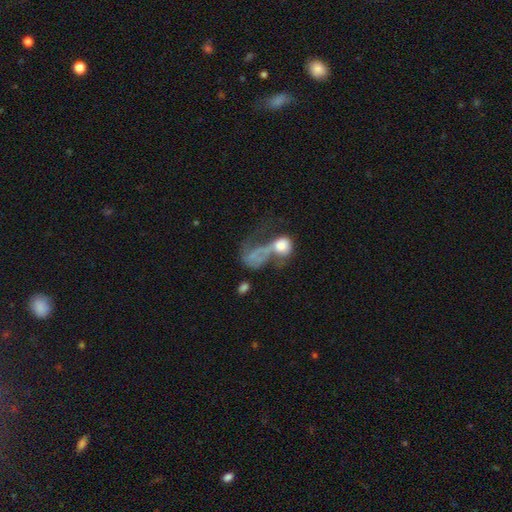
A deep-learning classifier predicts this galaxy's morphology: Smooth or featured?
  - smooth: 51% *
  - featured or disk: 38%
  - star or artifact: 11%
How rounded?
  - in between: 57% *
  - round: 40%
  - cigar-shaped: 3%
Merging?
  - major disturbance: 41% *
  - merger: 40%
  - none: 11%
  - minor disturbance: 7%